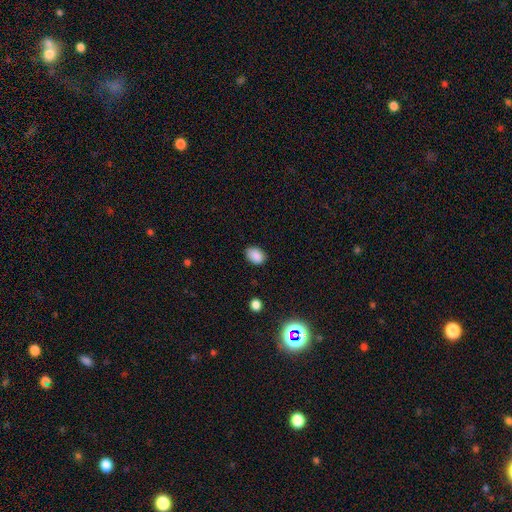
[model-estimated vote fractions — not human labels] A smooth galaxy with no disk features (87%) that is in between round and cigar-shaped (76%). Merging: none (82%).